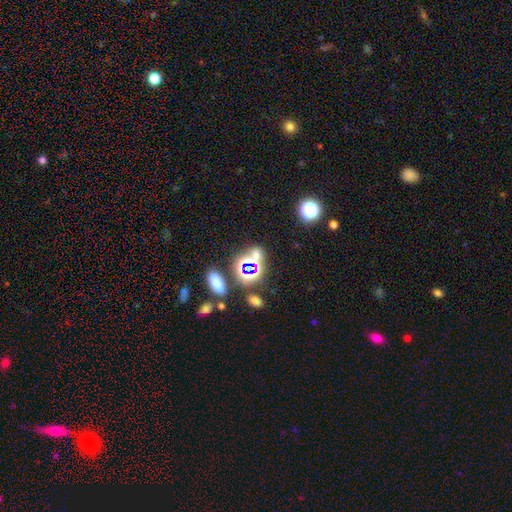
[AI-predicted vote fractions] Q: Smooth or featured?
A: star or artifact (51%); runner-up: smooth (39%)